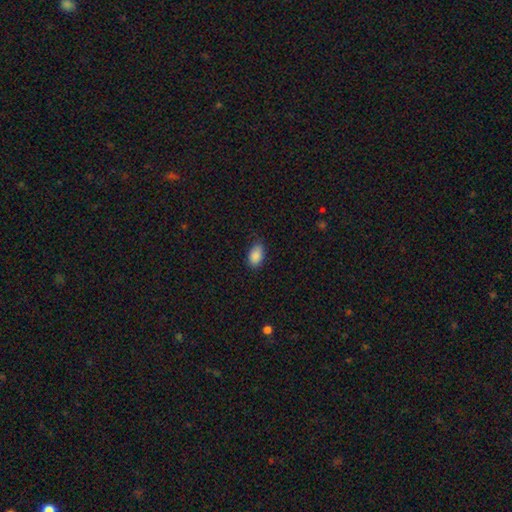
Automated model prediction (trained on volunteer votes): smooth-or-featured: smooth: 89% | star or artifact: 8% | featured or disk: 4%
  how-rounded: in between: 92% | round: 6% | cigar-shaped: 2%
  merging: none: 75% | minor disturbance: 20% | major disturbance: 3% | merger: 1%